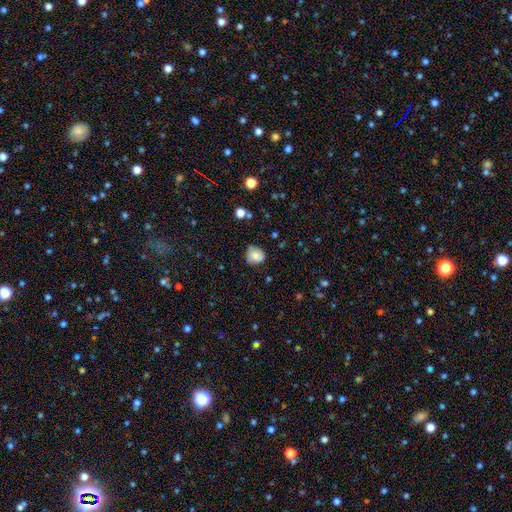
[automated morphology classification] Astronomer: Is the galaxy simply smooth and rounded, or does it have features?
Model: smooth — 78%.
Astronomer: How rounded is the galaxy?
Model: round — 77%.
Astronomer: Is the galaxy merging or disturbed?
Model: none — 68%.